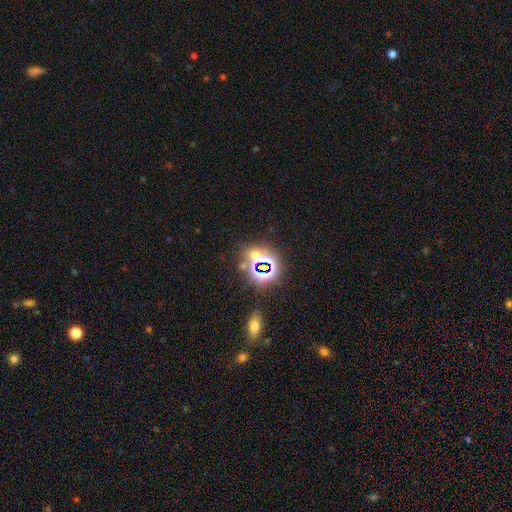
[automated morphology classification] Overall: star or artifact (64%; smooth 27%).